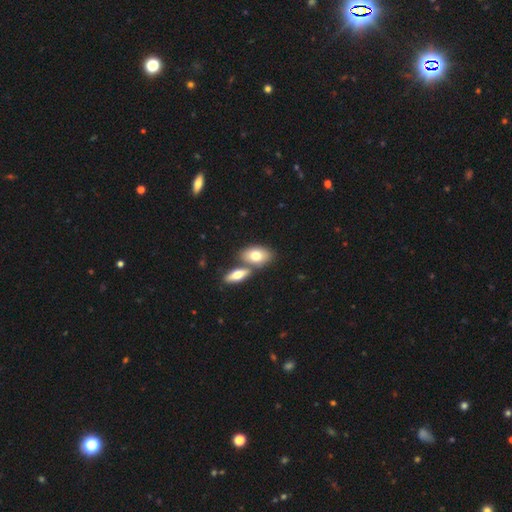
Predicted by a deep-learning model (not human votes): smooth-or-featured: smooth: 74% | featured or disk: 19% | star or artifact: 6%
  how-rounded: in between: 89% | round: 7% | cigar-shaped: 4%
  merging: none: 51% | merger: 36% | minor disturbance: 9% | major disturbance: 3%